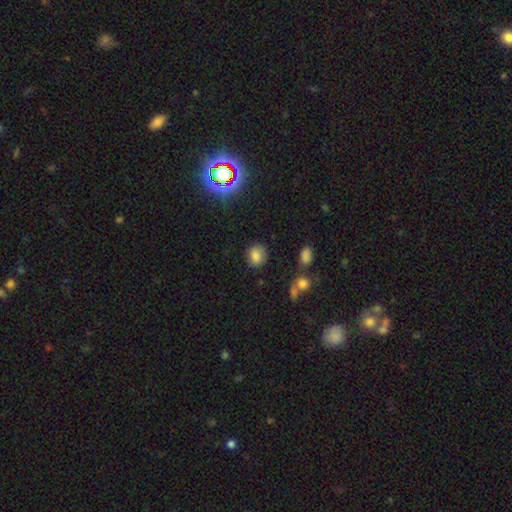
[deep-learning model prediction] Smooth or featured: smooth — 81% (star or artifact — 12%)
How rounded: round — 62% (in between — 36%)
Merging: none — 81% (minor disturbance — 13%)